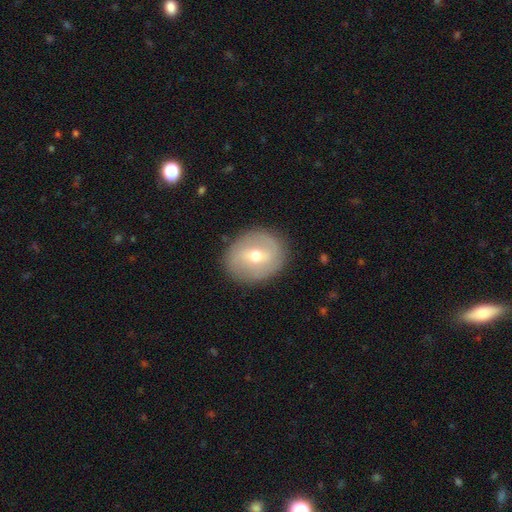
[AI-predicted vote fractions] This appears to be a featured or disk galaxy (54%) with a weak bar (47%), no spiral arms (53%) and a moderate central bulge (62%). Merging: none (86%).